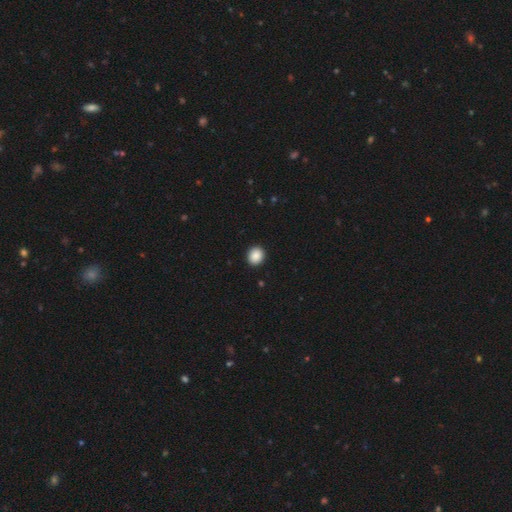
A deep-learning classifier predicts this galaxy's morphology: smooth-or-featured: smooth: 89% | star or artifact: 8% | featured or disk: 3%
  how-rounded: round: 75% | in between: 24% | cigar-shaped: 1%
  merging: none: 93% | minor disturbance: 5% | major disturbance: 1% | merger: 1%